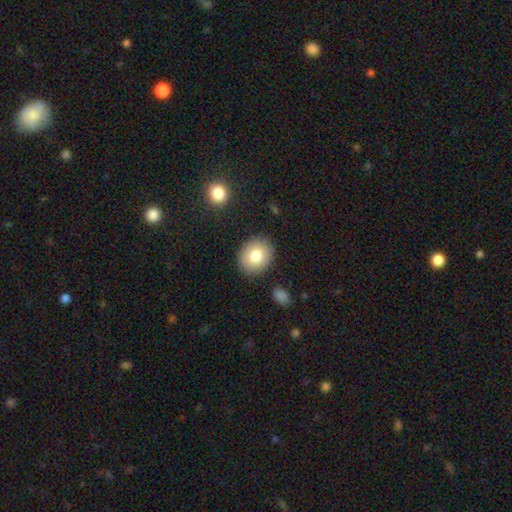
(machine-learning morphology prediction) This appears to be a smooth galaxy with no disk features (80%) that is round (61%). Merging: none (88%).